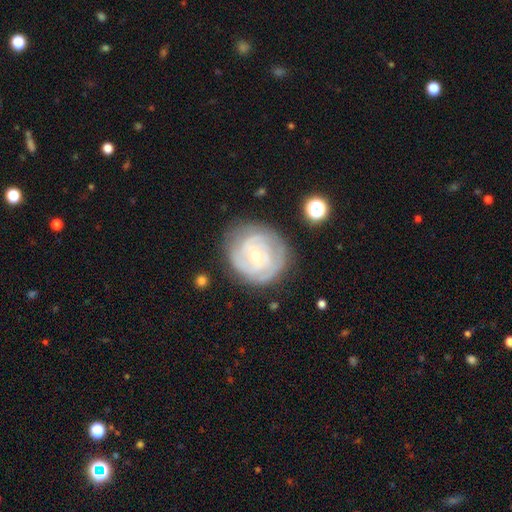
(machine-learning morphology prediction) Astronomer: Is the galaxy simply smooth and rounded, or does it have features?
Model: featured or disk — 77%.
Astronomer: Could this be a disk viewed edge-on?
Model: no — 97%.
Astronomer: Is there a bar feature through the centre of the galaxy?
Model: no — 58% (runner-up: weak, 34%).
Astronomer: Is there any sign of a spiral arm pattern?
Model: yes — 88%.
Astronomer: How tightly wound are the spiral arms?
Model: tight — 71%.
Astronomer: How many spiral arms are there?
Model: can't tell — 40% (runner-up: 2, 26%).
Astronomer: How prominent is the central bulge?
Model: small — 57% (runner-up: moderate, 40%).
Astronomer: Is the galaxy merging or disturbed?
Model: none — 74%.